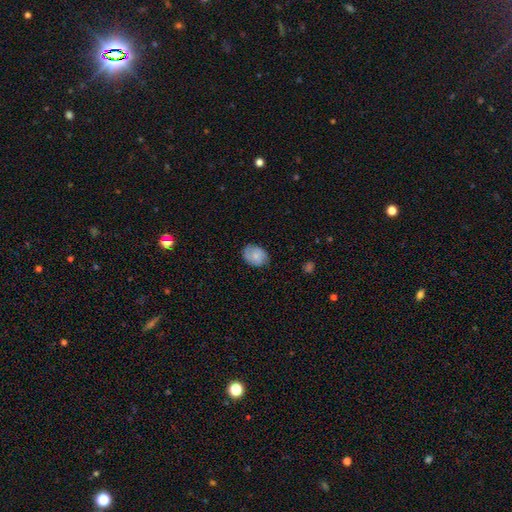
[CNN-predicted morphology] A smooth galaxy with no disk features (67%) that is in between round and cigar-shaped (61%). Merging: none (74%).